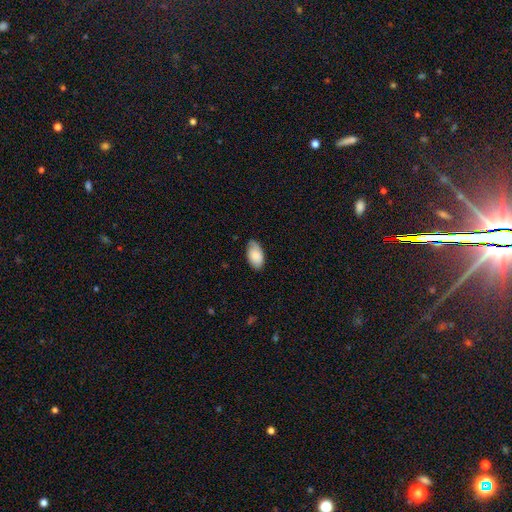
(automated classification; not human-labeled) Smooth or featured? Predicted: smooth (p=0.83). How rounded? Predicted: in between (p=0.95). Merging? Predicted: none (p=0.77).